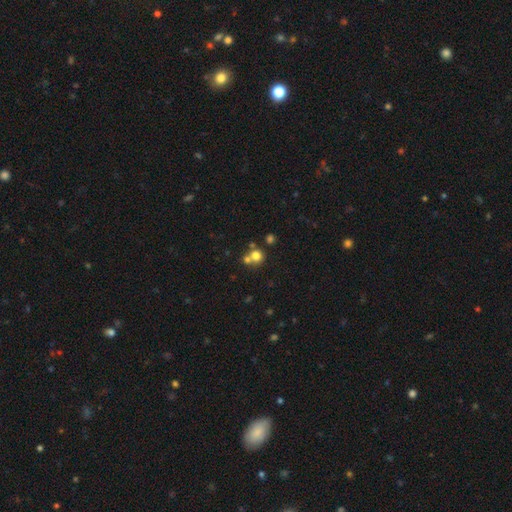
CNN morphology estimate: A smooth galaxy with no disk features (74%) that is round (87%).

Vote fractions:
- Smooth or featured? smooth: 74% / star or artifact: 15% / featured or disk: 11%
- How rounded? round: 87% / in between: 12% / cigar-shaped: 1%
- Merging? none: 49% / merger: 41% / minor disturbance: 7% / major disturbance: 3%